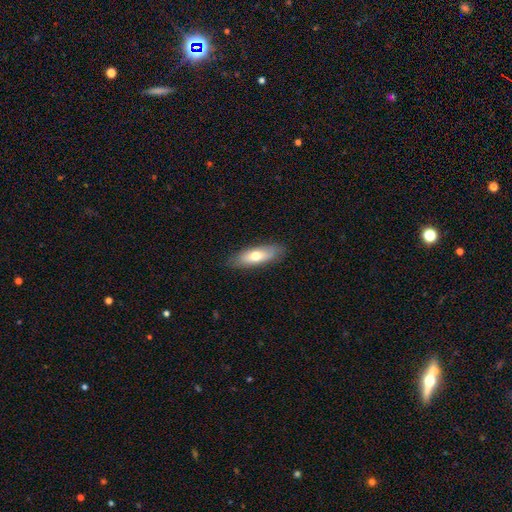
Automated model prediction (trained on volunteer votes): A smooth galaxy with no disk features (64%) that is in between round and cigar-shaped (61%).

Vote fractions:
- Smooth or featured? smooth: 64% / featured or disk: 30% / star or artifact: 6%
- How rounded? in between: 61% / cigar-shaped: 37% / round: 3%
- Merging? none: 82% / minor disturbance: 14% / major disturbance: 3% / merger: 1%